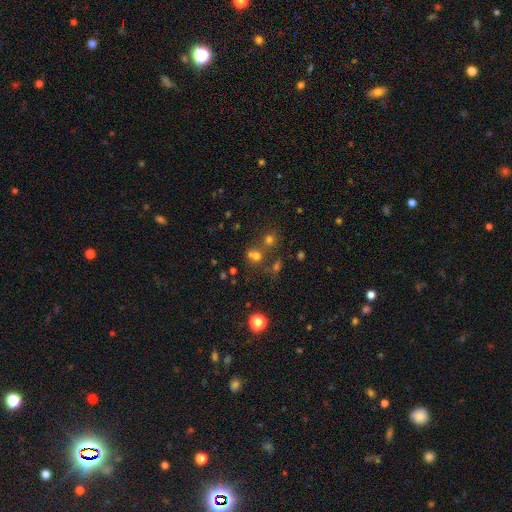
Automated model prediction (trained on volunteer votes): The model was most divided on "merging": none: 47%, merger: 40%, minor disturbance: 8%, major disturbance: 5%. More confident: how rounded — round (79%); smooth or featured — smooth (58%).